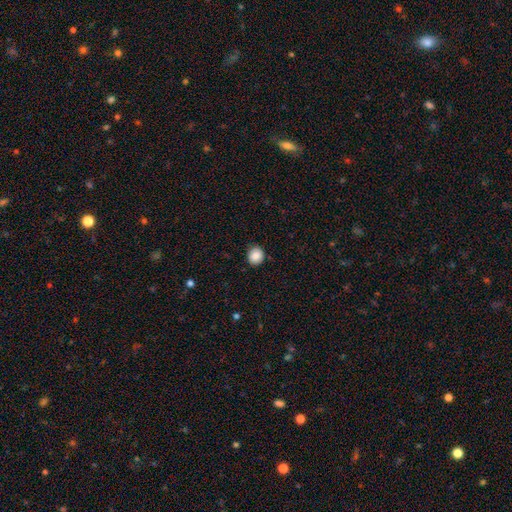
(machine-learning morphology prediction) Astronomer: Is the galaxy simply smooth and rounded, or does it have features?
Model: smooth — 87%.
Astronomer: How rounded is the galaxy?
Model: round — 83%.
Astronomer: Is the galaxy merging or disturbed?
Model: none — 89%.